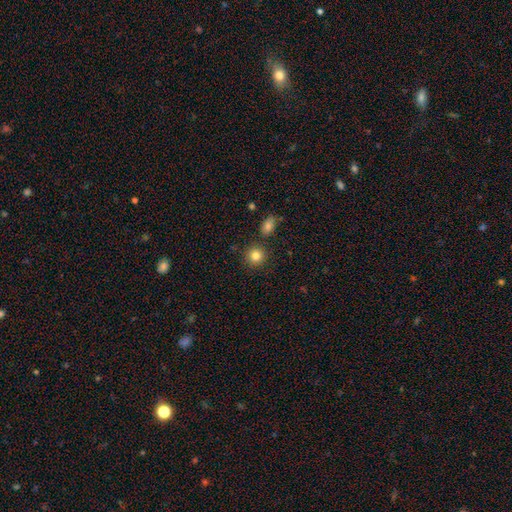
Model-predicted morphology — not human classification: smooth-or-featured: smooth: 83% | star or artifact: 10% | featured or disk: 6%
  how-rounded: round: 91% | in between: 8% | cigar-shaped: 1%
  merging: none: 85% | minor disturbance: 7% | merger: 6% | major disturbance: 2%